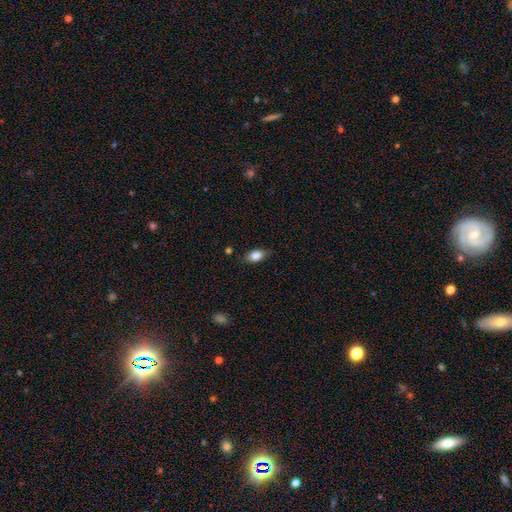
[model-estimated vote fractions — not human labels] This is likely a smooth galaxy (78%). How rounded: clearly in between (85%). Merging: likely none (80%).